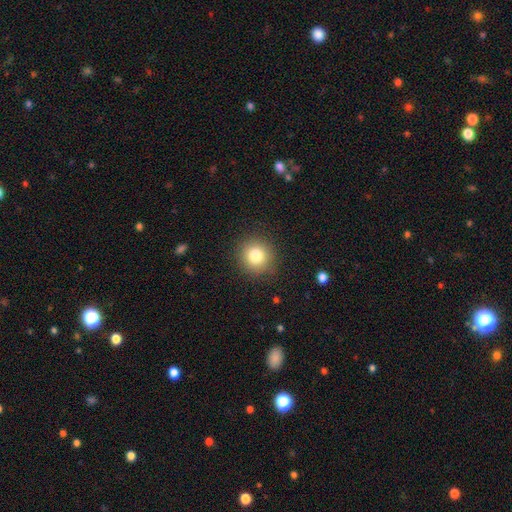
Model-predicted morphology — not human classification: Overall: smooth (82%). How rounded: round (92%). Merging: none (88%).